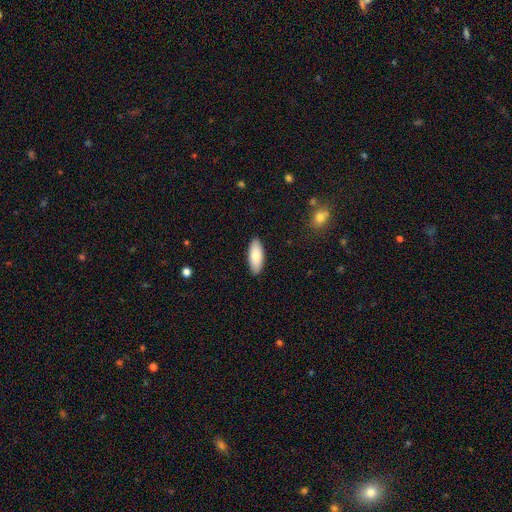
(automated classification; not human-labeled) Smooth or featured?
  - smooth: 81% *
  - featured or disk: 13%
  - star or artifact: 6%
How rounded?
  - in between: 79% *
  - cigar-shaped: 19%
  - round: 2%
Merging?
  - none: 90% *
  - minor disturbance: 8%
  - major disturbance: 2%
  - merger: 1%